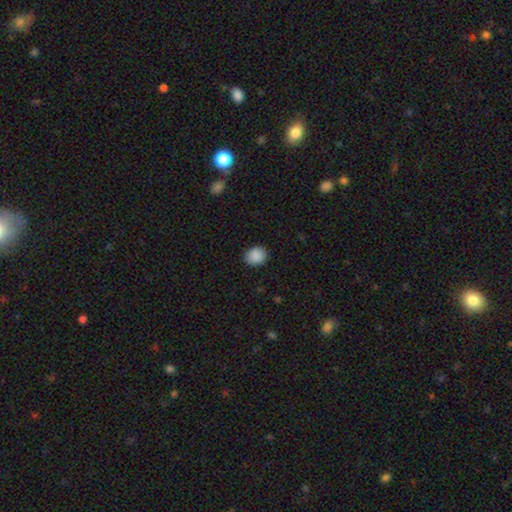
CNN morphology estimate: smooth-or-featured: smooth: 89% | star or artifact: 8% | featured or disk: 3%
  how-rounded: round: 68% | in between: 31% | cigar-shaped: 1%
  merging: none: 89% | minor disturbance: 8% | major disturbance: 2% | merger: 1%